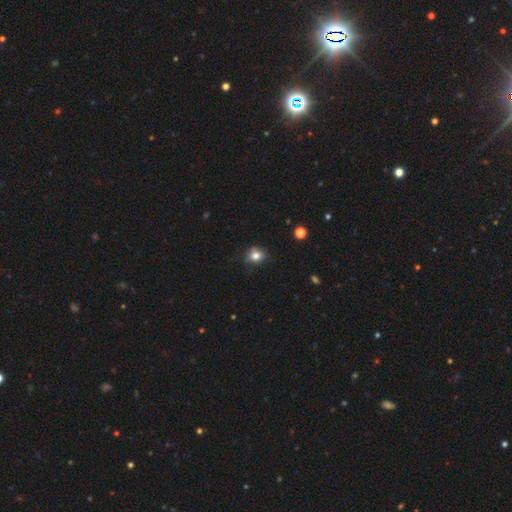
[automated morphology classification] Q: Smooth or featured?
A: smooth (81%); runner-up: star or artifact (12%)
Q: How rounded?
A: round (66%); runner-up: in between (33%)
Q: Merging?
A: none (76%); runner-up: minor disturbance (19%)